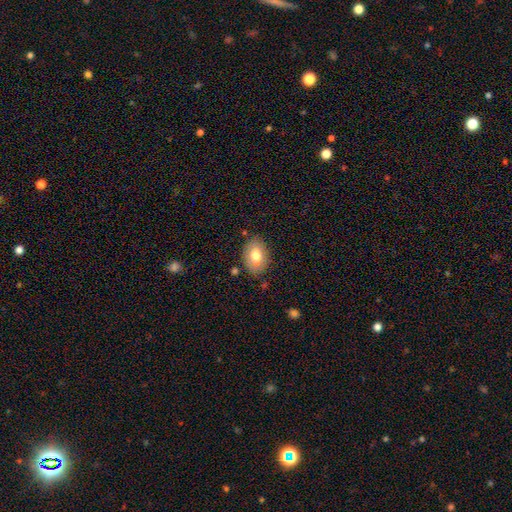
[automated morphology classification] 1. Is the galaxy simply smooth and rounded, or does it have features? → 72% smooth, 20% featured or disk, 7% star or artifact.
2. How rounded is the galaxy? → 88% in between, 11% round, 1% cigar-shaped.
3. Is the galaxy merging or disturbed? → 79% none, 14% minor disturbance, 3% major disturbance, 3% merger.